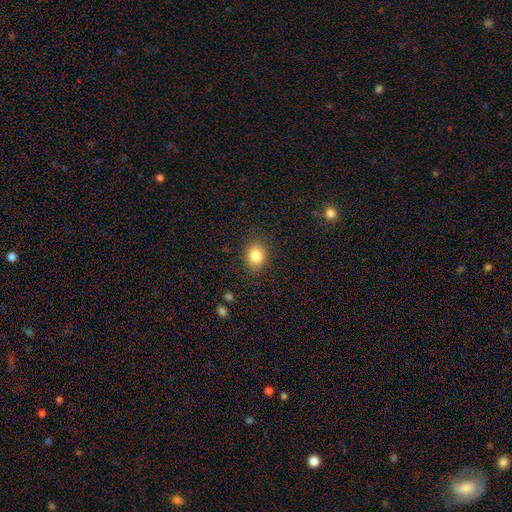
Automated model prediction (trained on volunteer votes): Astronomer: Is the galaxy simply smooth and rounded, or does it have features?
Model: smooth — 83%.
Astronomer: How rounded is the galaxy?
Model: round — 59% (runner-up: in between, 40%).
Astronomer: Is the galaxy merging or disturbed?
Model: none — 87%.